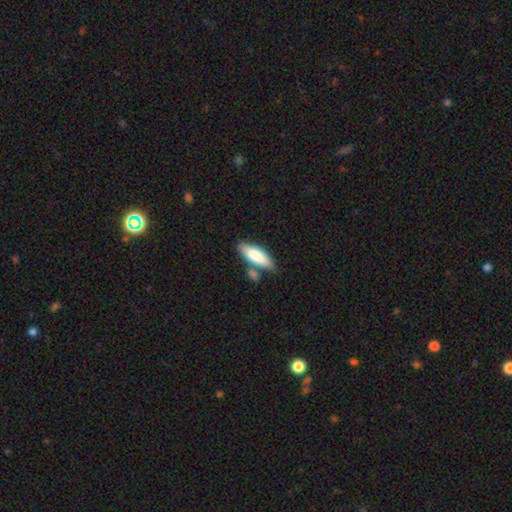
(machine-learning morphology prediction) type=smooth (80%); roundness=in between (63%); merging=none (64%).